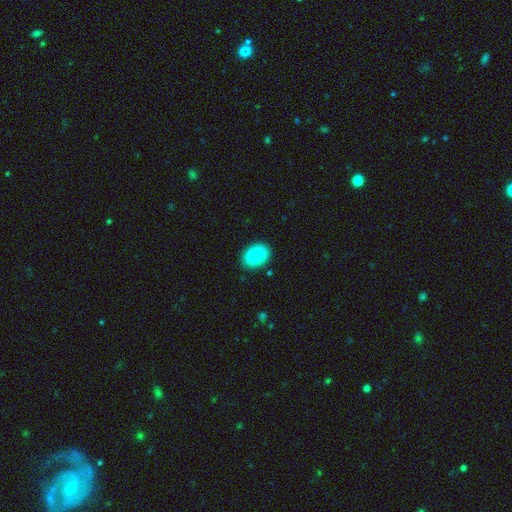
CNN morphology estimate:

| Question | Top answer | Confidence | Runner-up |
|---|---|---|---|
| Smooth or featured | smooth | 88% | star or artifact (7%) |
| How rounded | in between | 82% | round (17%) |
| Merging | none | 87% | minor disturbance (9%) |